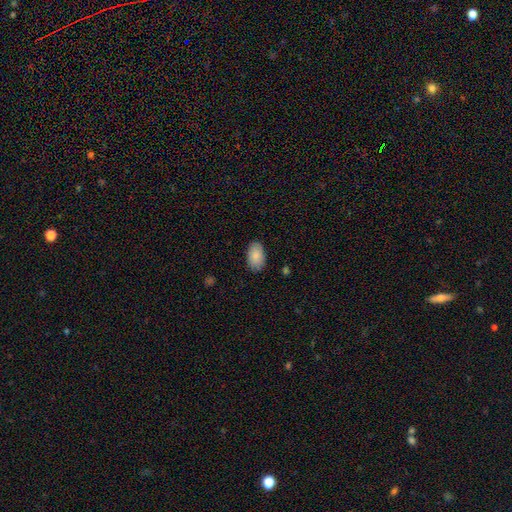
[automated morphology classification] This appears to be a smooth galaxy with no disk features (87%) that is in between round and cigar-shaped (93%). Merging: none (85%).